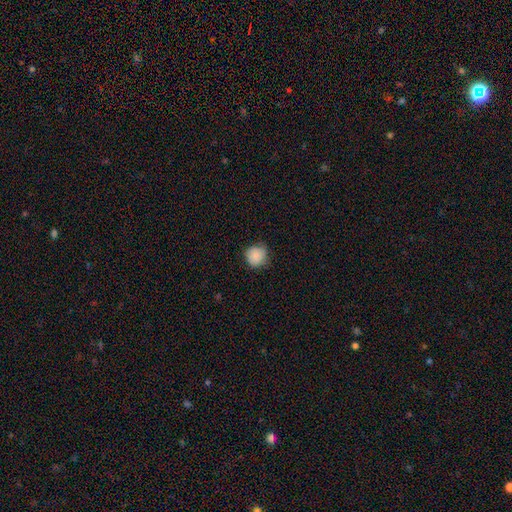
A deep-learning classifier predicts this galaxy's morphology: Q: Smooth or featured?
A: smooth (85%); runner-up: star or artifact (8%)
Q: How rounded?
A: round (91%); runner-up: in between (8%)
Q: Merging?
A: none (74%); runner-up: minor disturbance (22%)